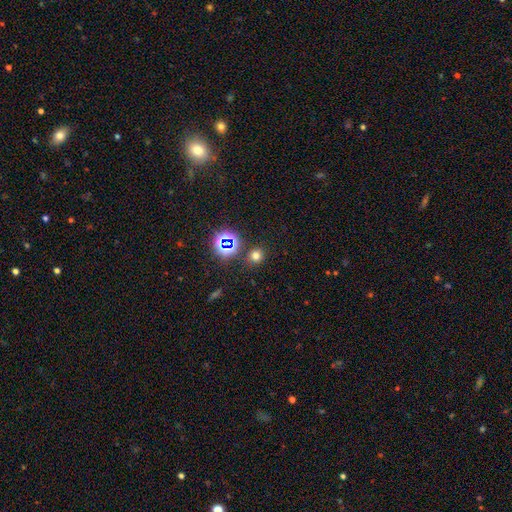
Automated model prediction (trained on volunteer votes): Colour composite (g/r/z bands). It shows a smooth galaxy with no disk features (67%) that is round (84%). Merging: none (85%).